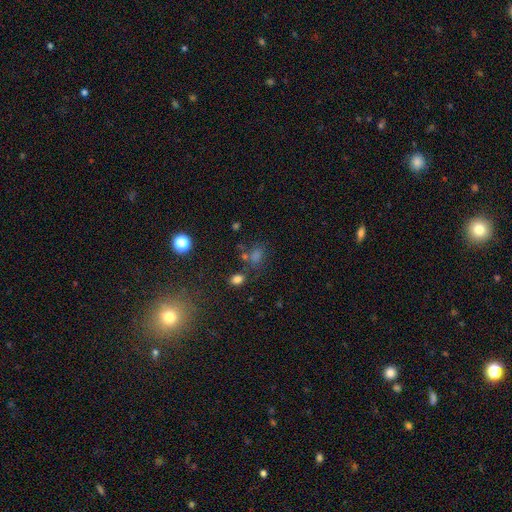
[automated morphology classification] smooth-or-featured: smooth: 55% | star or artifact: 36% | featured or disk: 10%
  how-rounded: in between: 50% | round: 47% | cigar-shaped: 2%
  merging: none: 63% | merger: 16% | minor disturbance: 13% | major disturbance: 8%